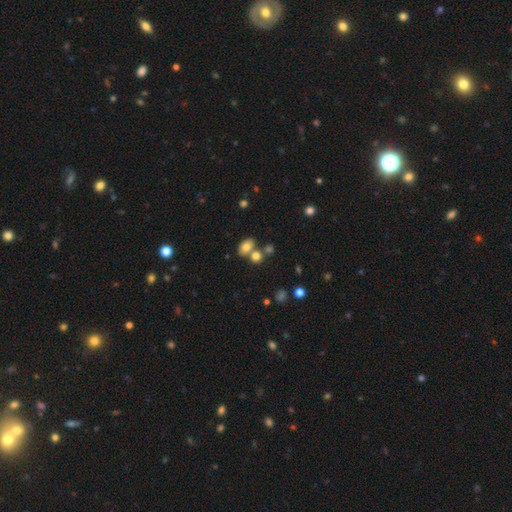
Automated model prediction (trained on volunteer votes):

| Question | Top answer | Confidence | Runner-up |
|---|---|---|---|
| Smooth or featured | smooth | 77% | star or artifact (12%) |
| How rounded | in between | 54% | round (44%) |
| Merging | none | 51% | merger (35%) |